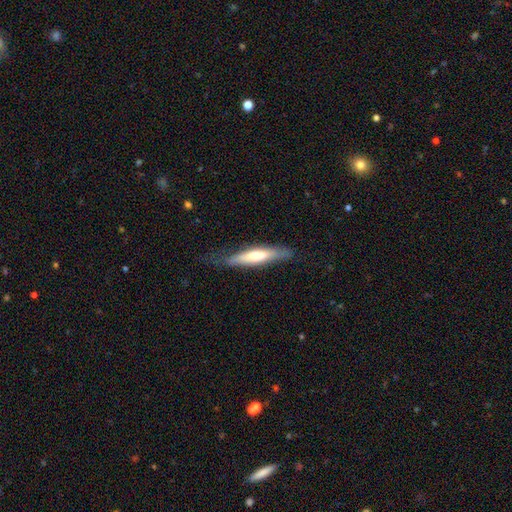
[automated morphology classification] A smooth galaxy with no disk features (53%) that is cigar-shaped (83%).

Vote fractions:
- Smooth or featured? smooth: 53% / featured or disk: 42% / star or artifact: 5%
- How rounded? cigar-shaped: 83% / in between: 16% / round: 1%
- Merging? none: 71% / minor disturbance: 21% / major disturbance: 7% / merger: 1%